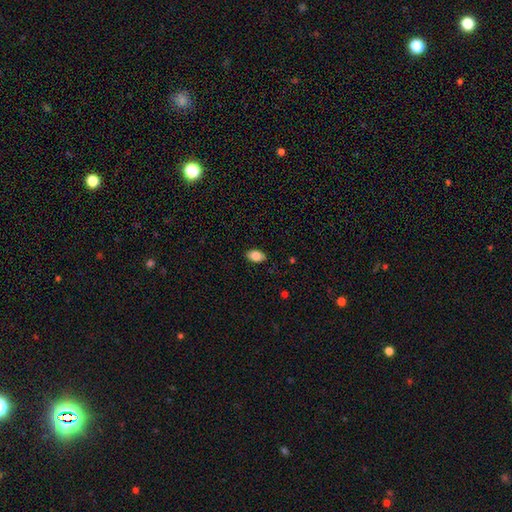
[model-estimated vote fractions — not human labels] Morphology: type=smooth (85%); roundness=in between (90%); merging=none (87%).